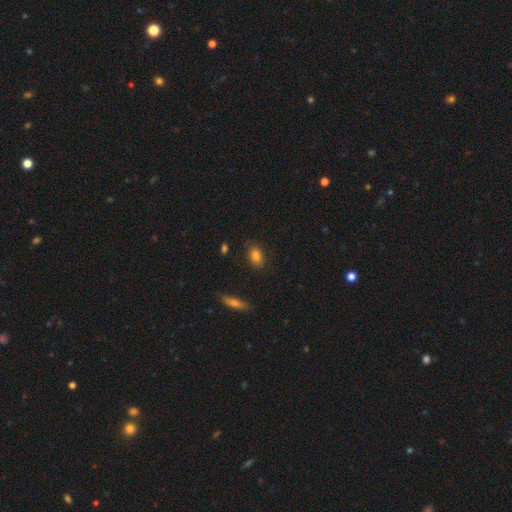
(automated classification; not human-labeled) Q: Smooth or featured?
A: smooth (82%); runner-up: star or artifact (9%)
Q: How rounded?
A: in between (82%); runner-up: round (14%)
Q: Merging?
A: none (79%); runner-up: minor disturbance (15%)